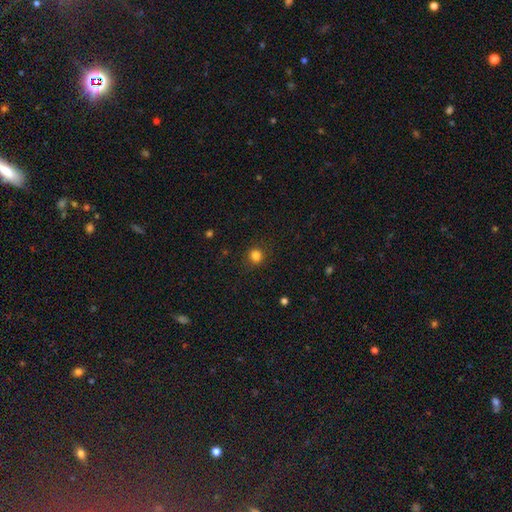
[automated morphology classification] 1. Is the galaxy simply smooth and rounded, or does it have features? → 82% smooth, 13% star or artifact, 4% featured or disk.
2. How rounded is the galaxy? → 85% round, 14% in between, 1% cigar-shaped.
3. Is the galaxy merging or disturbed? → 87% none, 9% minor disturbance, 3% major disturbance, 1% merger.